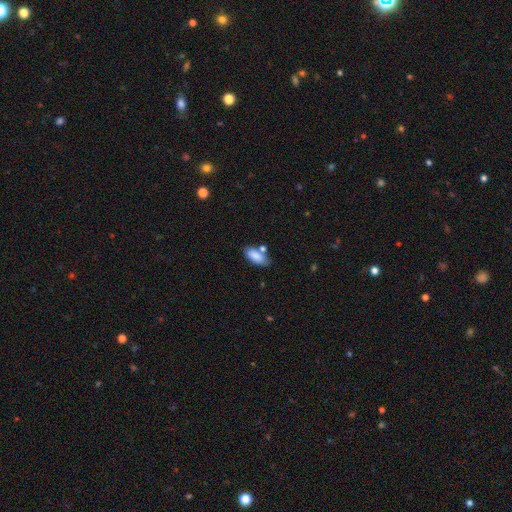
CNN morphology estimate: A smooth galaxy with no disk features (85%) that is in between round and cigar-shaped (86%).

Vote fractions:
- Smooth or featured? smooth: 85% / featured or disk: 8% / star or artifact: 7%
- How rounded? in between: 86% / cigar-shaped: 12% / round: 2%
- Merging? none: 65% / minor disturbance: 16% / merger: 15% / major disturbance: 4%